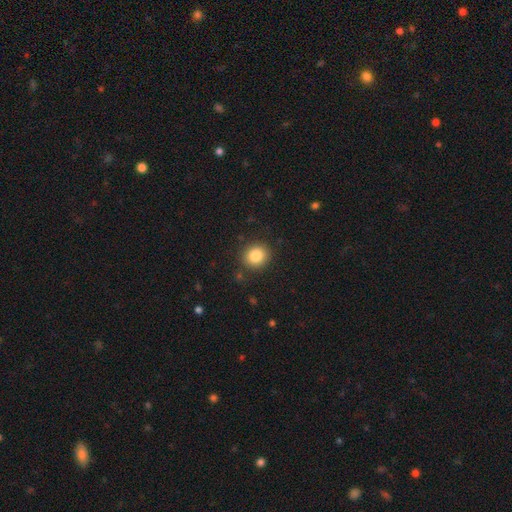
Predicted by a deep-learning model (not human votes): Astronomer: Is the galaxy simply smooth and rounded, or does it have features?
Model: smooth — 83%.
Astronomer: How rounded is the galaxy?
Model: round — 80%.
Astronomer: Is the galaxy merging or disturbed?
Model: none — 88%.